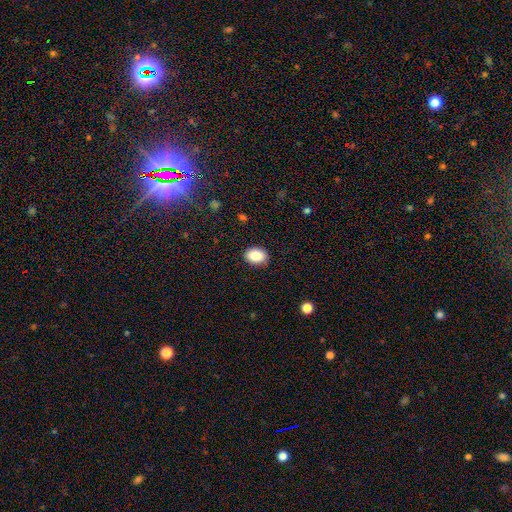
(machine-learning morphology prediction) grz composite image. It shows a smooth galaxy with no disk features (85%) that is in between round and cigar-shaped (68%). Merging: none (87%).